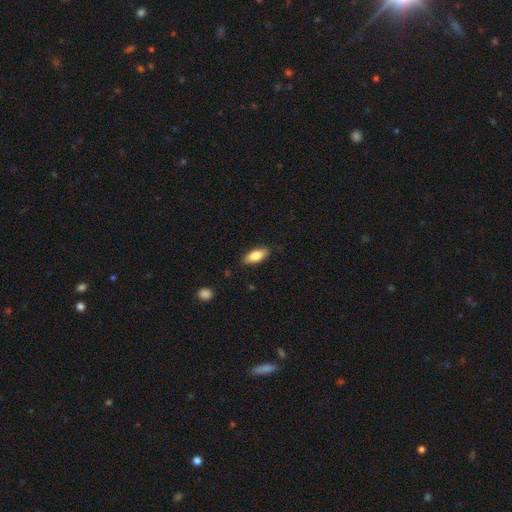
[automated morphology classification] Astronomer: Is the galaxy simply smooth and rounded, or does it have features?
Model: smooth — 80%.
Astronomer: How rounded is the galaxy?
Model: in between — 82%.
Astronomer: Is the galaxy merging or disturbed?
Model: none — 85%.